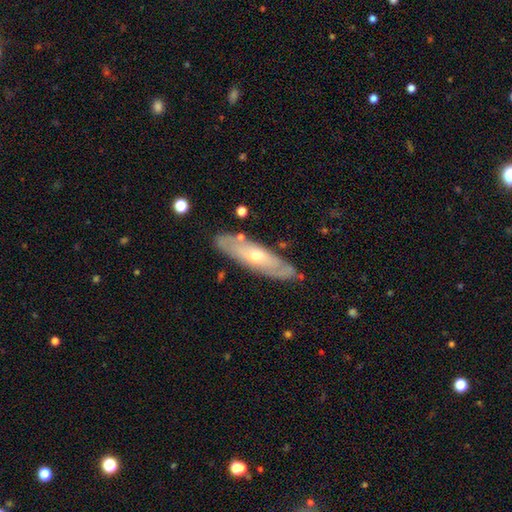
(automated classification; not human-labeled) A featured or disk galaxy (59%).

Vote fractions:
- Smooth or featured? featured or disk: 59% / smooth: 35% / star or artifact: 5%
- Edge-on disk? no: 63% / yes: 37%
- Merging? none: 81% / minor disturbance: 14% / major disturbance: 3% / merger: 3%